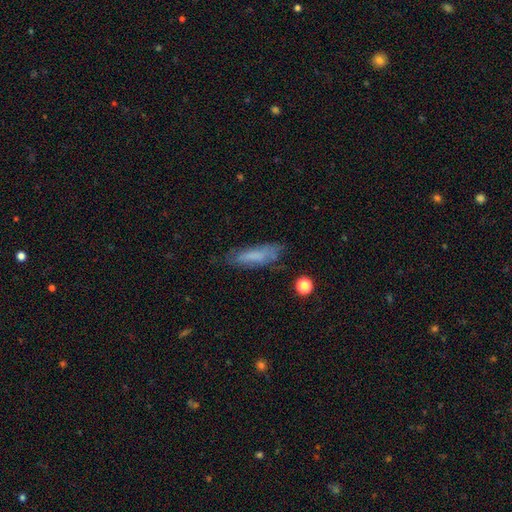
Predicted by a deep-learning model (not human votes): Smooth or featured? smooth (65%)
How rounded? cigar-shaped (57%)
Merging? none (66%)